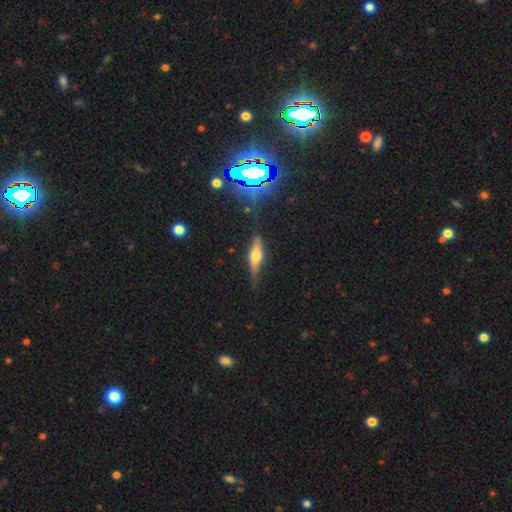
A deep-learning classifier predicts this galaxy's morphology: type=featured or disk (61%); edge-on=yes (93%); edge-on bulge=rounded (91%); merging=none (78%).